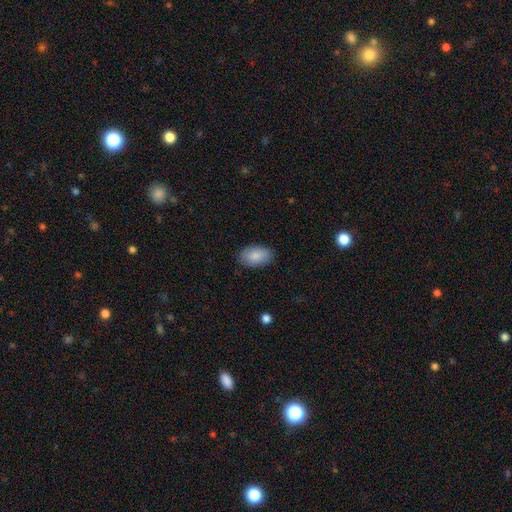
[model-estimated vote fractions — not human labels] Morphology: type=smooth (86%); roundness=in between (92%); merging=none (85%).